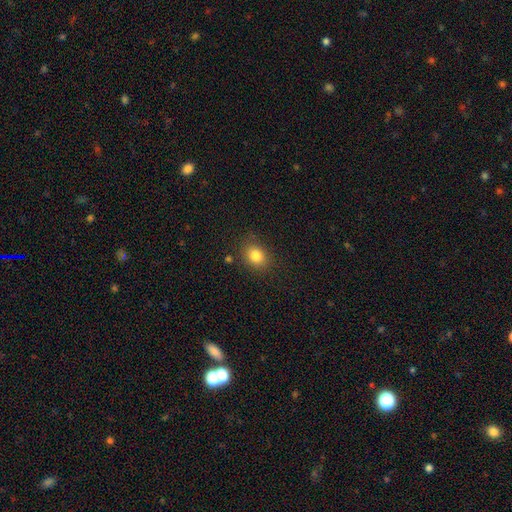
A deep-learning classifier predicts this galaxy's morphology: type=smooth (83%); roundness=round (50%); merging=none (82%).